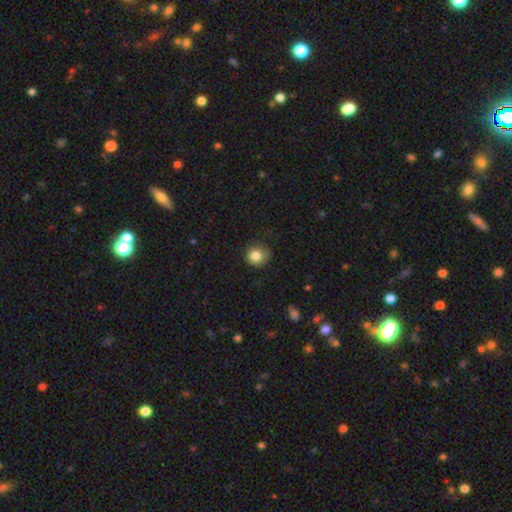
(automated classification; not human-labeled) Q: Smooth or featured?
A: smooth (83%); runner-up: star or artifact (10%)
Q: How rounded?
A: round (91%); runner-up: in between (8%)
Q: Merging?
A: none (75%); runner-up: minor disturbance (18%)